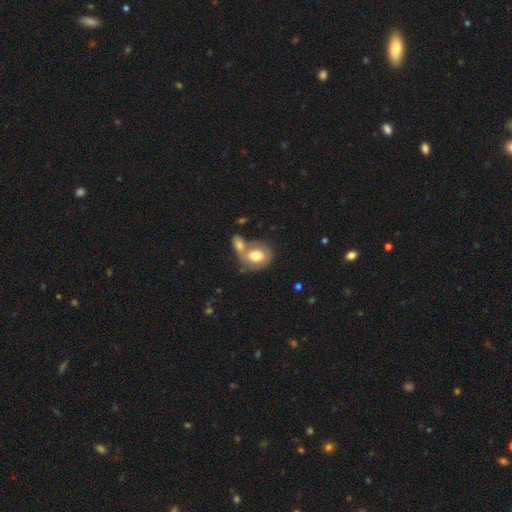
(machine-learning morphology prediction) This is likely a smooth galaxy (69%). How rounded: possibly round (50%). Merging: possibly merger (52%).